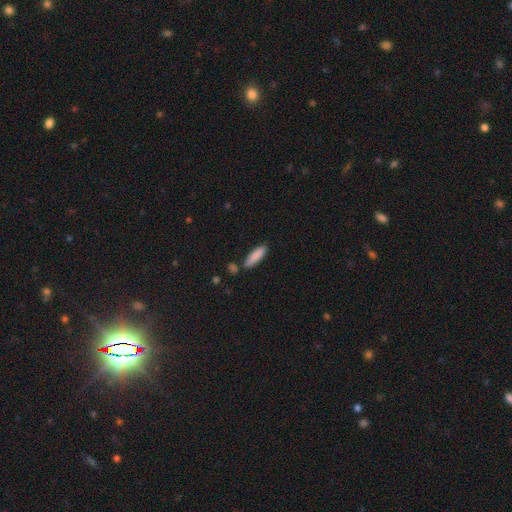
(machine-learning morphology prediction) A smooth galaxy with no disk features (87%) that is cigar-shaped (64%).

Vote fractions:
- Smooth or featured? smooth: 87% / featured or disk: 7% / star or artifact: 6%
- How rounded? cigar-shaped: 64% / in between: 35% / round: 2%
- Merging? none: 80% / minor disturbance: 12% / merger: 6% / major disturbance: 2%